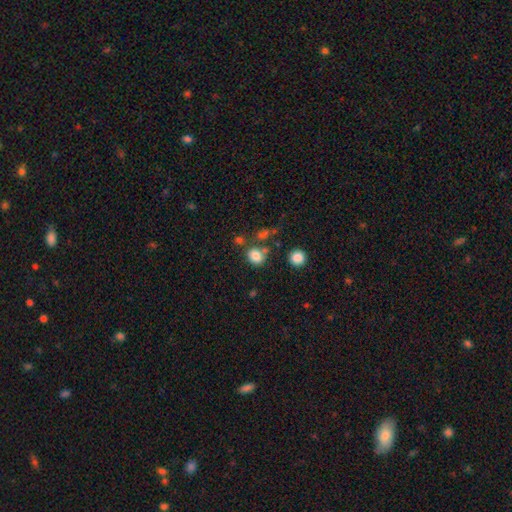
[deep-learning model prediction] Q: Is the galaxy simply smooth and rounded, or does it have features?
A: smooth — 81%.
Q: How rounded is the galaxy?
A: round — 63%.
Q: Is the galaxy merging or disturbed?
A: none — 65%.